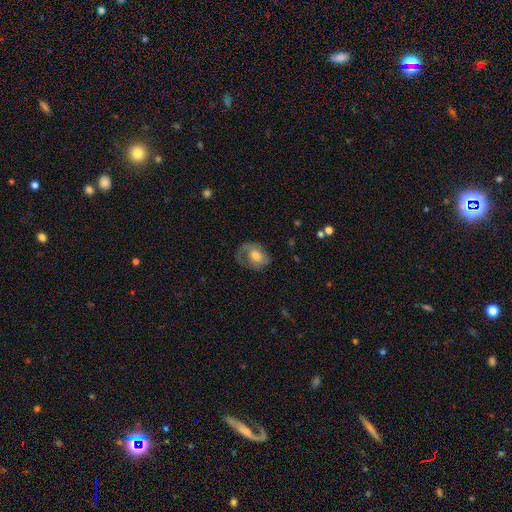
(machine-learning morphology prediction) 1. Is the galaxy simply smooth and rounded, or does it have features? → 48% smooth, 44% featured or disk, 8% star or artifact.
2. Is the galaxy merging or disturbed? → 46% none, 27% major disturbance, 25% minor disturbance, 2% merger.